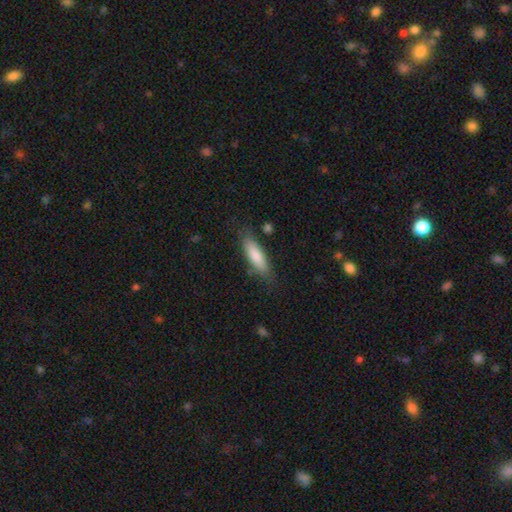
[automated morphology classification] This is clearly a smooth galaxy (82%). How rounded: possibly cigar-shaped (53%). Merging: likely none (79%).